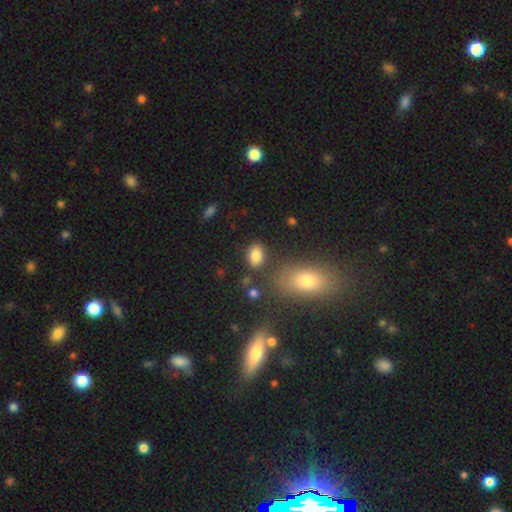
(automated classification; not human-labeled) A smooth galaxy with no disk features (84%) that is in between round and cigar-shaped (79%).

Vote fractions:
- Smooth or featured? smooth: 84% / star or artifact: 10% / featured or disk: 6%
- How rounded? in between: 79% / round: 20% / cigar-shaped: 2%
- Merging? none: 78% / minor disturbance: 12% / merger: 6% / major disturbance: 4%